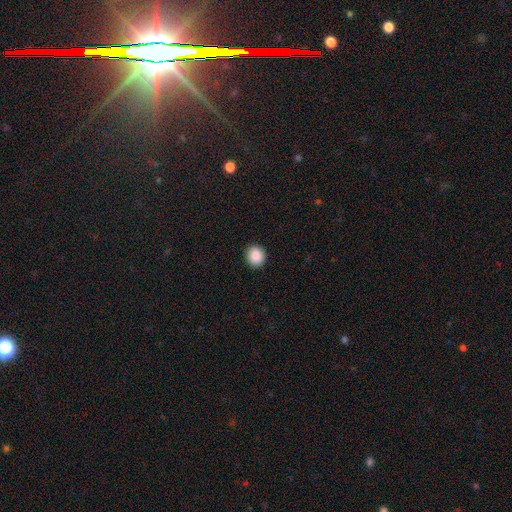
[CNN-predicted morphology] Overall: smooth (89%). How rounded: round (78%). Merging: none (92%).